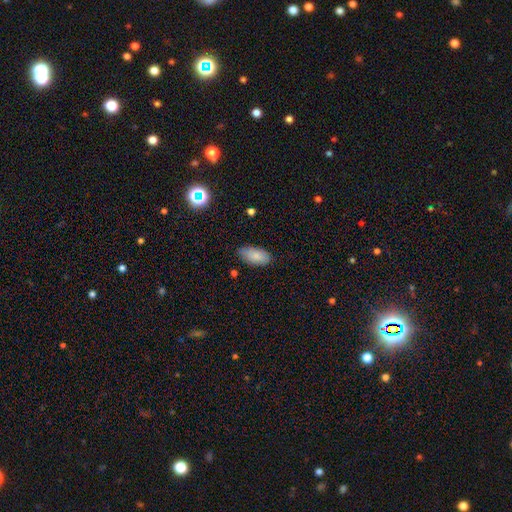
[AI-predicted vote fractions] Overall: smooth (85%). How rounded: in between (93%). Merging: none (80%).